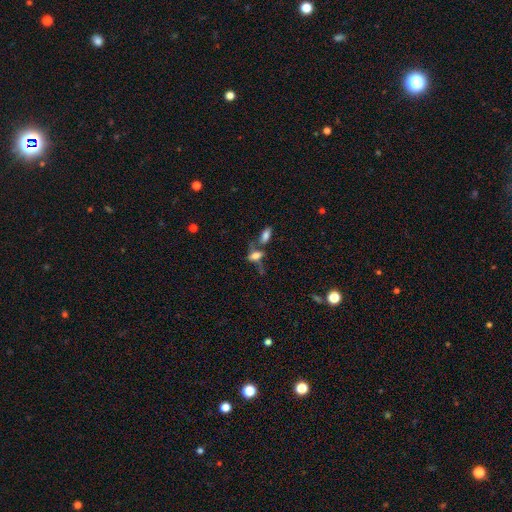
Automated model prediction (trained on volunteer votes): This is possibly a smooth galaxy (49%). Merging: marginally none (41%).